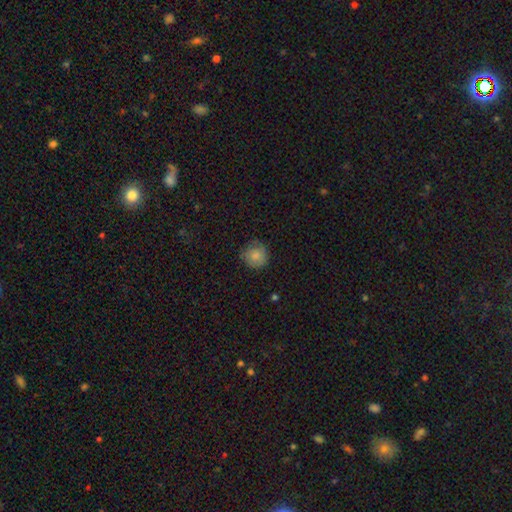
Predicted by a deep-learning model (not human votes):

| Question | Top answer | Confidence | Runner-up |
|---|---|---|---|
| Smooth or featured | smooth | 84% | star or artifact (9%) |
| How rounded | round | 92% | in between (7%) |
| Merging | none | 80% | minor disturbance (16%) |